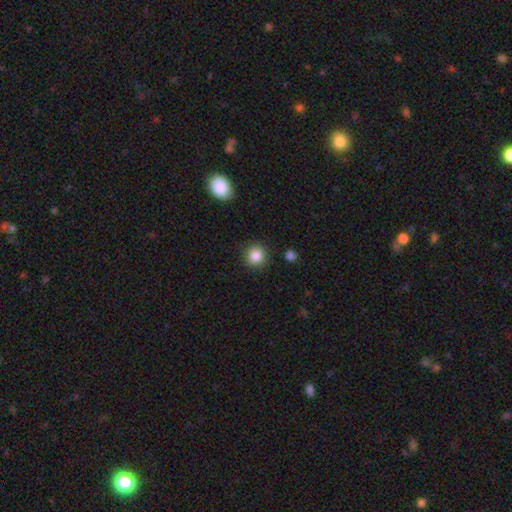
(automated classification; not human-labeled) Smooth or featured? smooth (85%)
How rounded? round (92%)
Merging? none (90%)